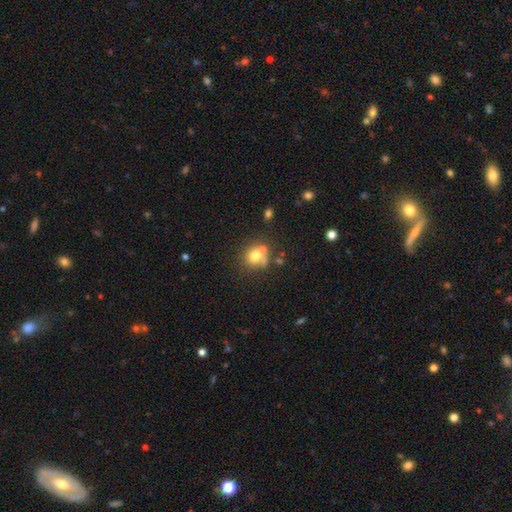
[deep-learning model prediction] smooth_or_featured: smooth (p=0.71) [alt: featured or disk p=0.17]
how_rounded: round (p=0.84) [alt: in between p=0.16]
merging: none (p=0.50) [alt: merger p=0.31]